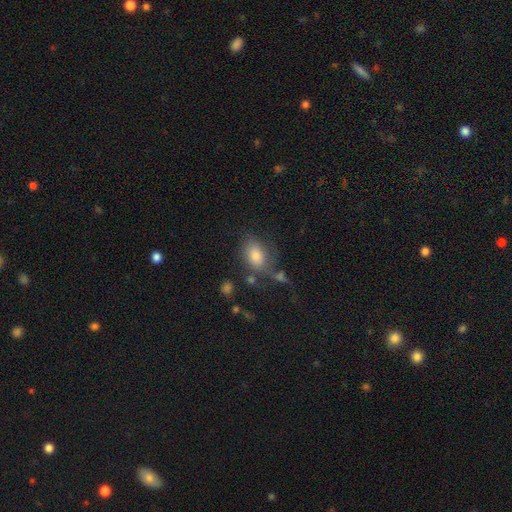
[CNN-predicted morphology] A smooth galaxy with no disk features (76%) that is in between round and cigar-shaped (81%).

Vote fractions:
- Smooth or featured? smooth: 76% / featured or disk: 13% / star or artifact: 11%
- How rounded? in between: 81% / round: 17% / cigar-shaped: 2%
- Merging? none: 56% / minor disturbance: 20% / merger: 12% / major disturbance: 12%